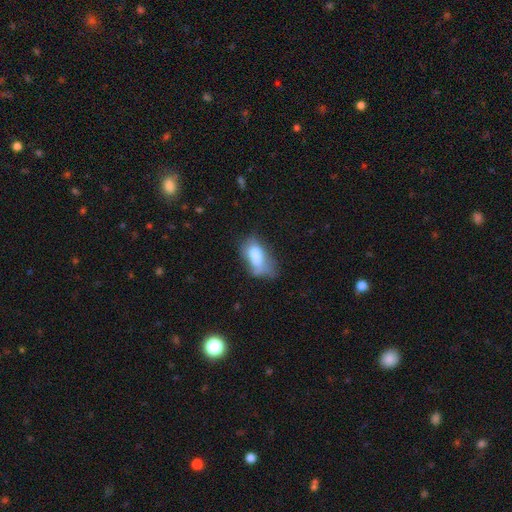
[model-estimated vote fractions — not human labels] Morphology: type=smooth (63%); roundness=in between (86%); merging=merger (36%).